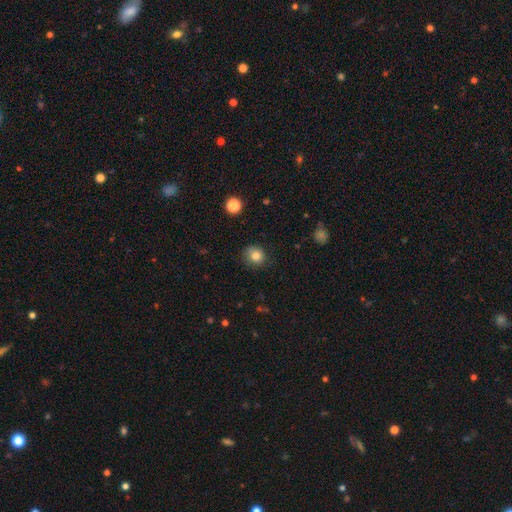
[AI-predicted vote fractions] Morphology: type=smooth (82%); roundness=round (78%); merging=none (75%).